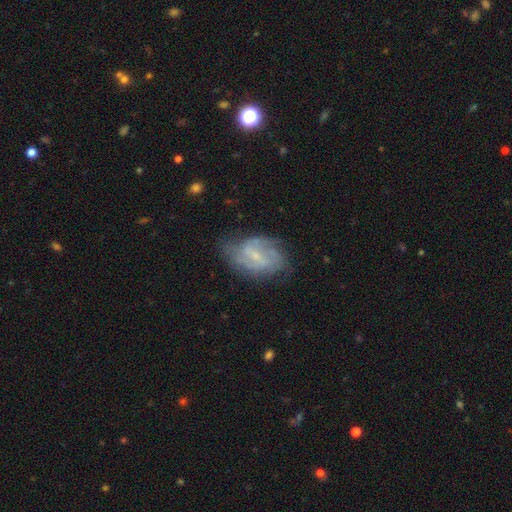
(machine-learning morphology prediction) Smooth or featured? featured or disk (74%)
Edge-on disk? no (97%)
Bar? weak (56%)
Spiral arms? yes (87%)
Spiral winding? medium (44%)
Spiral arm count? 2 (41%)
Bulge size? small (65%)
Merging? none (59%)